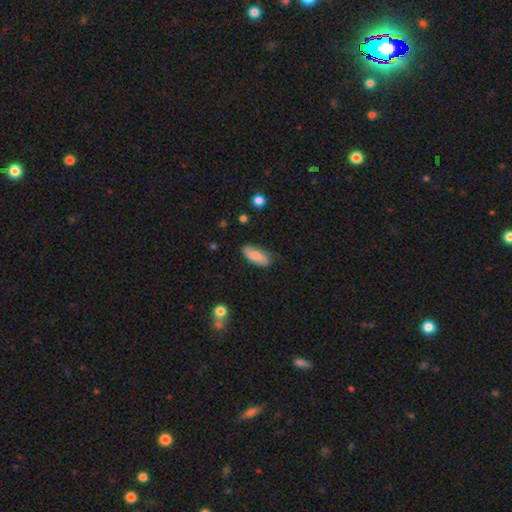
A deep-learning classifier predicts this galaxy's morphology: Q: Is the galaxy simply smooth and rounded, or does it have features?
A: smooth — 65%.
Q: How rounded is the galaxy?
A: in between — 81%.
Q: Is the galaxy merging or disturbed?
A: none — 63%.